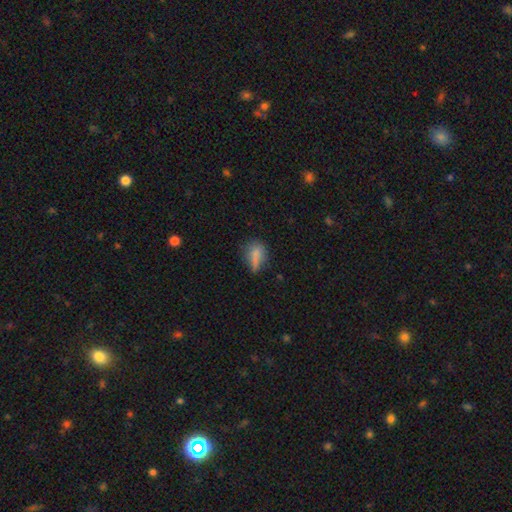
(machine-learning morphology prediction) Smooth or featured? Predicted: smooth (p=0.71). How rounded? Predicted: in between (p=0.65). Merging? Predicted: none (p=0.45).